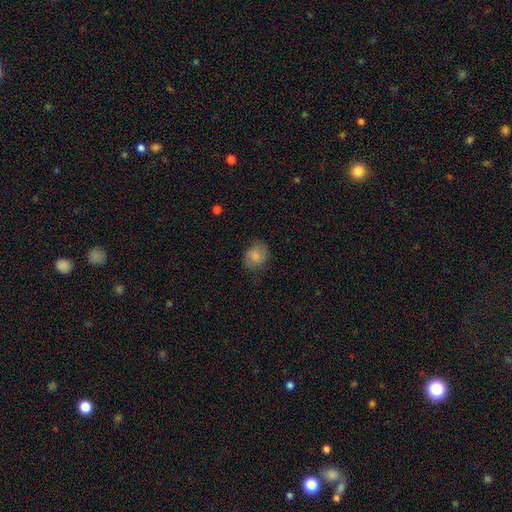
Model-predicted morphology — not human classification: This appears to be a smooth galaxy with no disk features (76%) that is round (58%). Merging: none (74%).